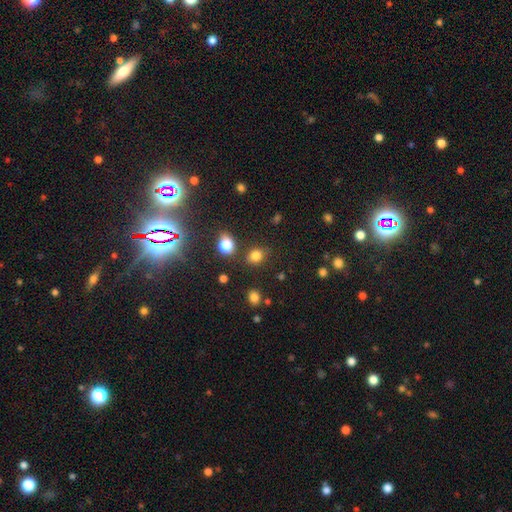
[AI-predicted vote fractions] The model was most divided on "how rounded": round: 56%, in between: 43%, cigar-shaped: 1%. More confident: smooth or featured — smooth (78%); merging — none (76%).